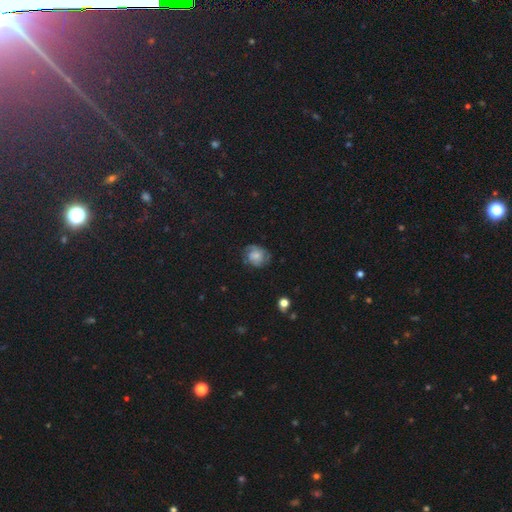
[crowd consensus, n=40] Smooth or featured? smooth (50%, tied with featured or disk)
How rounded? round (50%, tied with in between)
Merging? none (82%)